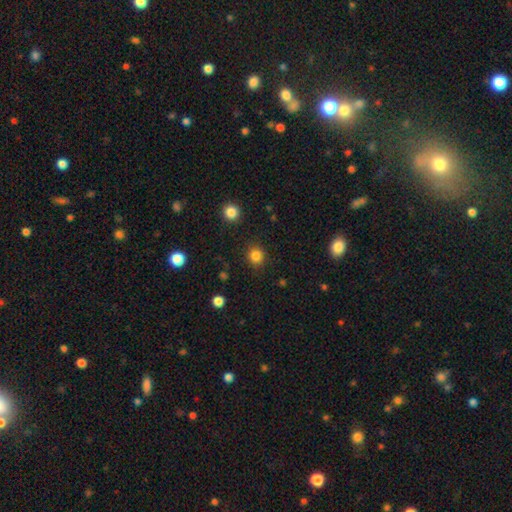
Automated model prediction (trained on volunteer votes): Smooth or featured? Predicted: smooth (p=0.84). How rounded? Predicted: round (p=0.88). Merging? Predicted: none (p=0.88).